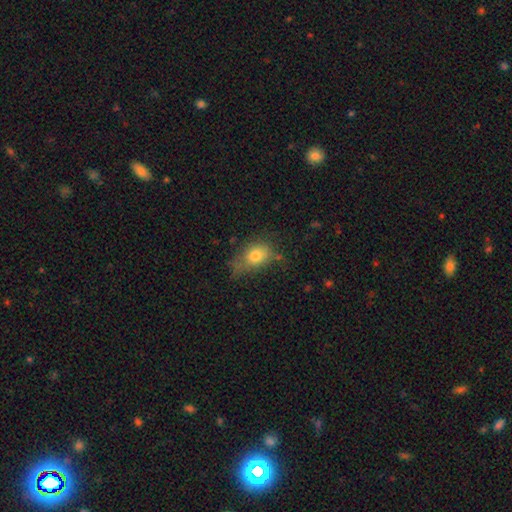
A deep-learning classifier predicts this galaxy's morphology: Smooth or featured?
  - smooth: 77% *
  - featured or disk: 13%
  - star or artifact: 10%
How rounded?
  - in between: 74% *
  - round: 23%
  - cigar-shaped: 3%
Merging?
  - none: 44% *
  - minor disturbance: 35%
  - major disturbance: 16%
  - merger: 4%